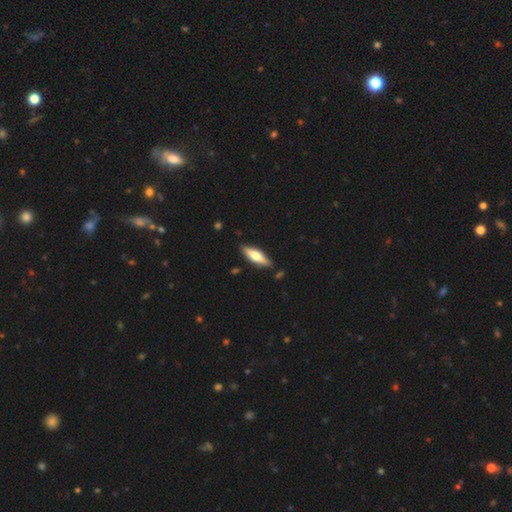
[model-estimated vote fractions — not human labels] Smooth or featured? smooth (50%)
Merging? none (85%)